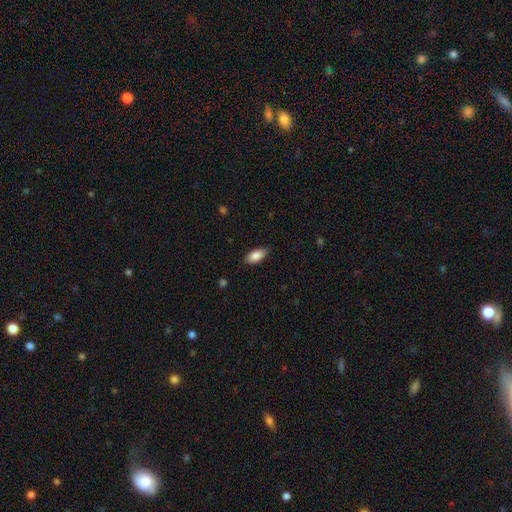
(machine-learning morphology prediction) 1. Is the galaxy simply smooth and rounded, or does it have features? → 85% smooth, 8% featured or disk, 7% star or artifact.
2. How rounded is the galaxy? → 89% in between, 8% cigar-shaped, 3% round.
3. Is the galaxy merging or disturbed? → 83% none, 13% minor disturbance, 3% major disturbance, 1% merger.